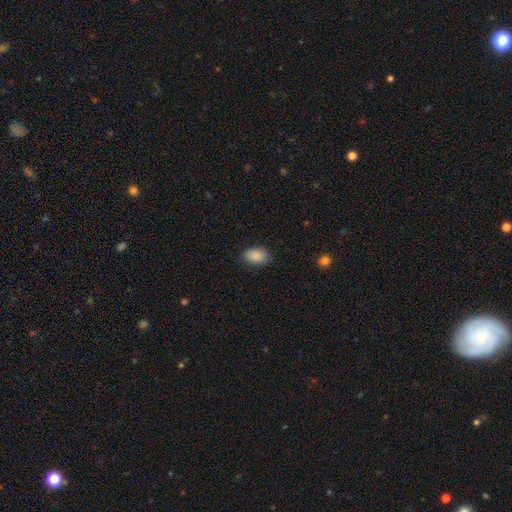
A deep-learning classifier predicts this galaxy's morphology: A smooth galaxy with no disk features (89%) that is in between round and cigar-shaped (91%).

Vote fractions:
- Smooth or featured? smooth: 89% / star or artifact: 7% / featured or disk: 4%
- How rounded? in between: 91% / round: 8% / cigar-shaped: 1%
- Merging? none: 81% / minor disturbance: 15% / major disturbance: 3% / merger: 1%